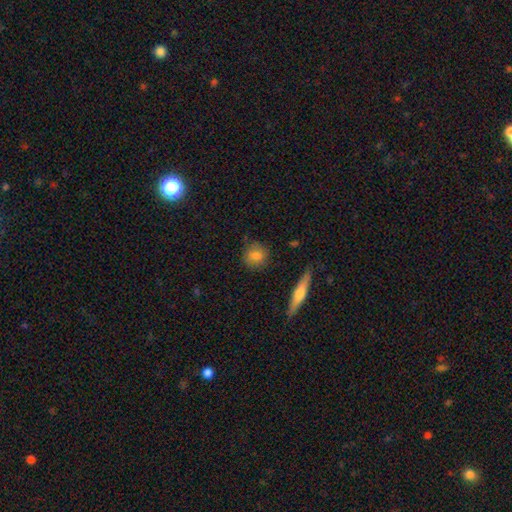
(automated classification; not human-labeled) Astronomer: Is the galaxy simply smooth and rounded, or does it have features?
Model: smooth — 75%.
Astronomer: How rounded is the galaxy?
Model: round — 83%.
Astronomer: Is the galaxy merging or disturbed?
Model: none — 83%.